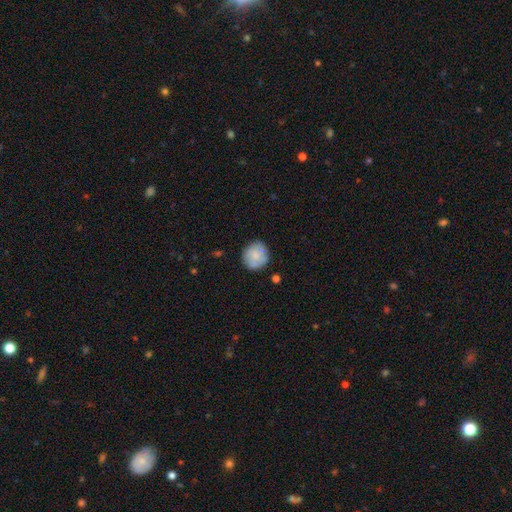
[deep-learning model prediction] smooth_or_featured: smooth (p=0.77) [alt: featured or disk p=0.16]
how_rounded: round (p=0.87) [alt: in between p=0.12]
merging: none (p=0.78) [alt: minor disturbance p=0.16]